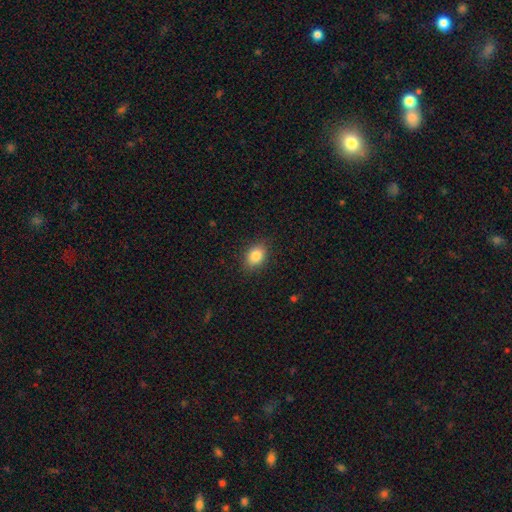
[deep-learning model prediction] smooth_or_featured: smooth (p=0.85) [alt: star or artifact p=0.09]
how_rounded: in between (p=0.72) [alt: round p=0.27]
merging: none (p=0.86) [alt: minor disturbance p=0.10]